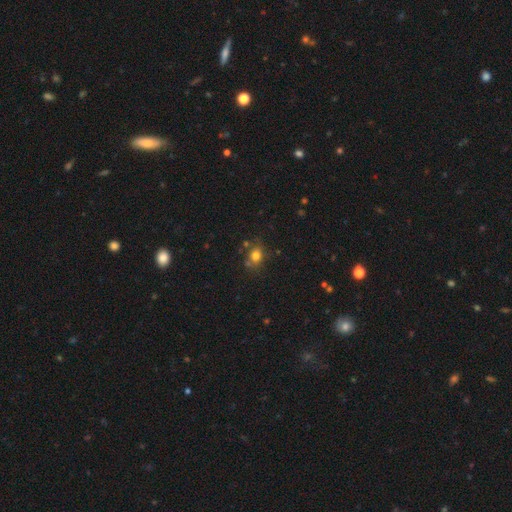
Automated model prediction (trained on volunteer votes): This is likely a smooth galaxy (77%). How rounded: possibly round (59%). Merging: likely none (71%).